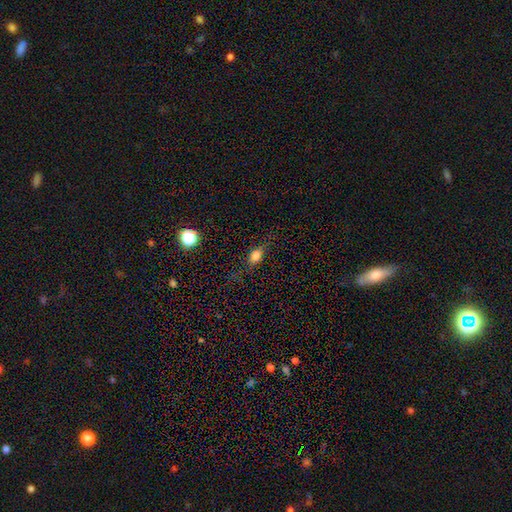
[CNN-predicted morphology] Smooth or featured? Predicted: smooth (p=0.74). How rounded? Predicted: in between (p=0.68). Merging? Predicted: none (p=0.71).